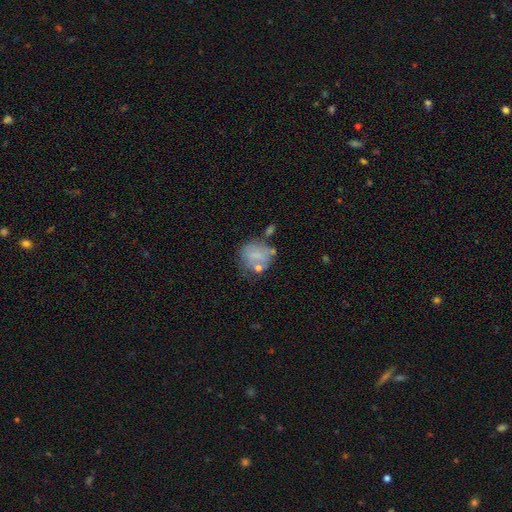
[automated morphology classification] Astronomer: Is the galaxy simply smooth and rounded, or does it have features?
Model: smooth — 61%.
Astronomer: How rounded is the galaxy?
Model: round — 69%.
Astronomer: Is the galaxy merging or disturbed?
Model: none — 47% (runner-up: minor disturbance, 24%).